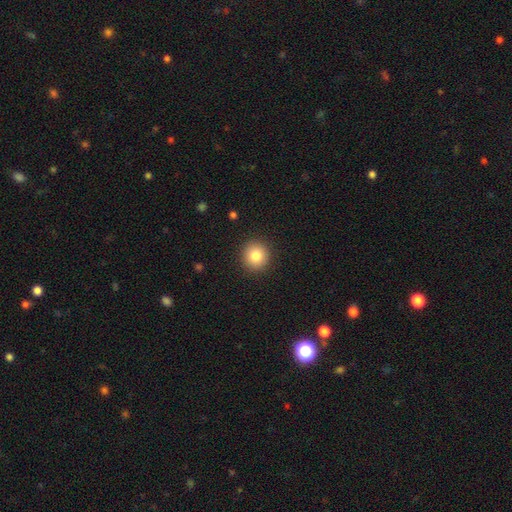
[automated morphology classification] type=smooth (83%); roundness=round (91%); merging=none (91%).